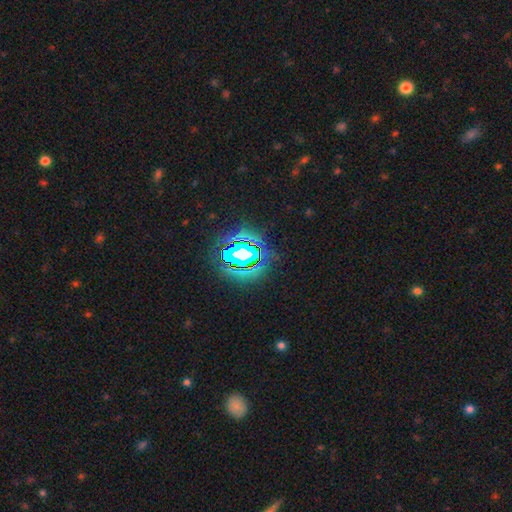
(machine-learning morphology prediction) Smooth or featured? Predicted: star or artifact (p=0.81).